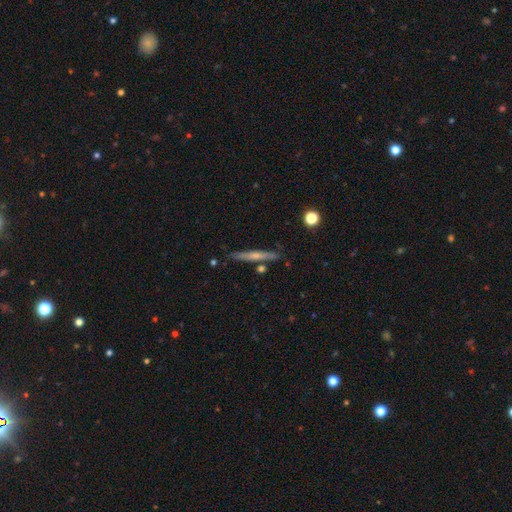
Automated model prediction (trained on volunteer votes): The model was most divided on "smooth or featured": featured or disk: 48%, smooth: 46%, star or artifact: 6%. More confident: merging — none (85%).